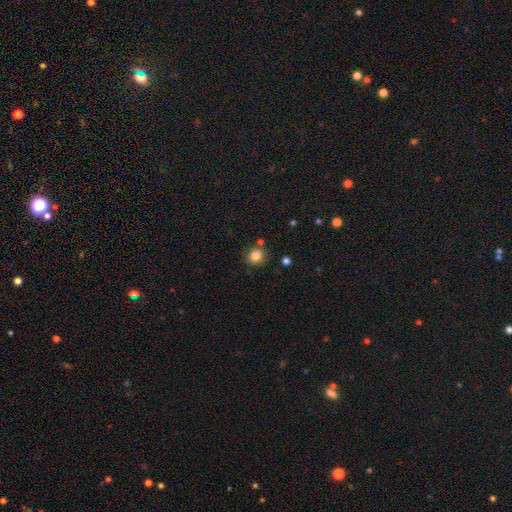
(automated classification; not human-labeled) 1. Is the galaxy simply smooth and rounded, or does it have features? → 83% smooth, 11% star or artifact, 6% featured or disk.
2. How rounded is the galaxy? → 85% round, 14% in between, 1% cigar-shaped.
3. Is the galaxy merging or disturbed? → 79% none, 11% minor disturbance, 7% merger, 3% major disturbance.